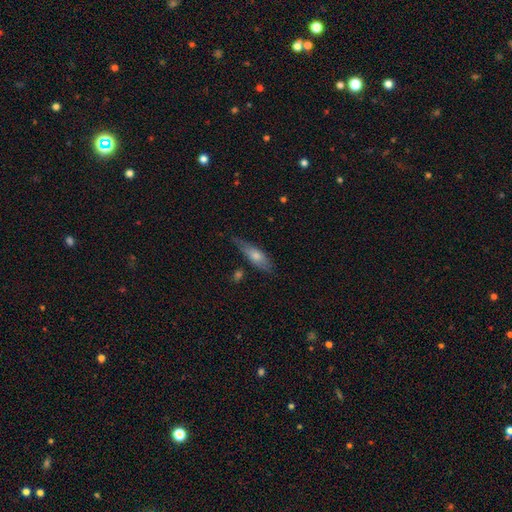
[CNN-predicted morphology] This is possibly a smooth galaxy (59%). How rounded: possibly cigar-shaped (53%). Merging: likely none (62%).